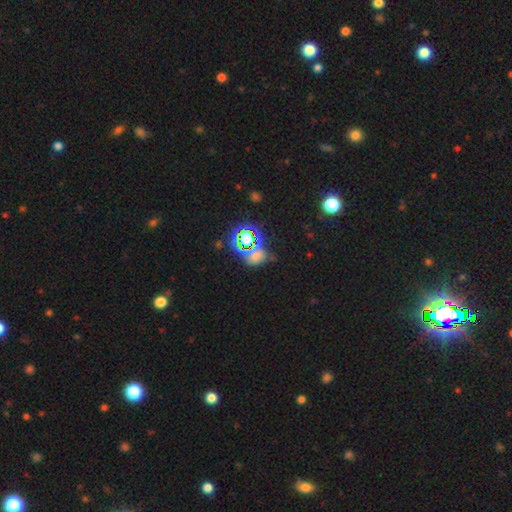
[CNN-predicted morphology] This is possibly a star or artifact rather than a galaxy (55%).